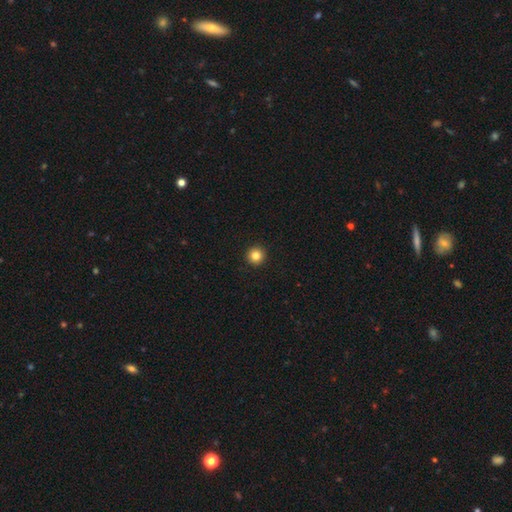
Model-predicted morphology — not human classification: Smooth or featured: smooth — 84% (star or artifact — 11%)
How rounded: round — 96% (in between — 3%)
Merging: none — 94% (minor disturbance — 4%)